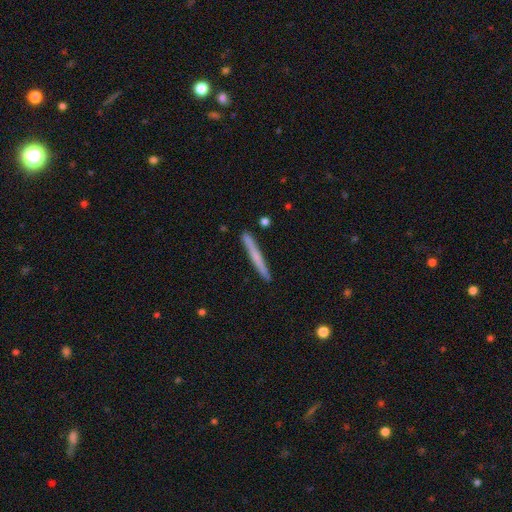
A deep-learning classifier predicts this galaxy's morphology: smooth_or_featured: smooth (p=0.56) [alt: featured or disk p=0.38]
how_rounded: cigar-shaped (p=0.97) [alt: in between p=0.02]
merging: none (p=0.90) [alt: minor disturbance p=0.07]